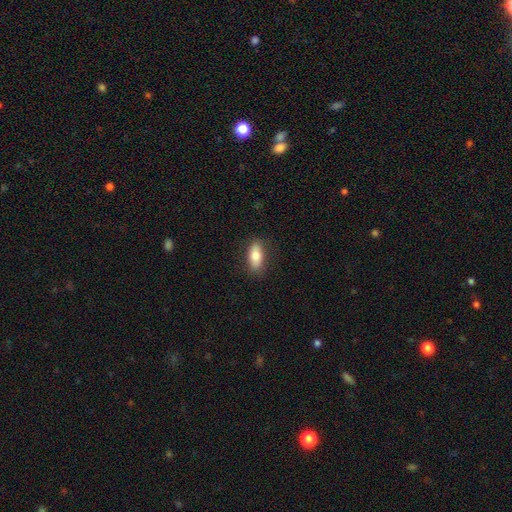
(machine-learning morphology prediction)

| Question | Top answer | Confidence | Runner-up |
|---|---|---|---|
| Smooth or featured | smooth | 77% | featured or disk (16%) |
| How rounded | in between | 80% | cigar-shaped (16%) |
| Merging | none | 84% | minor disturbance (12%) |